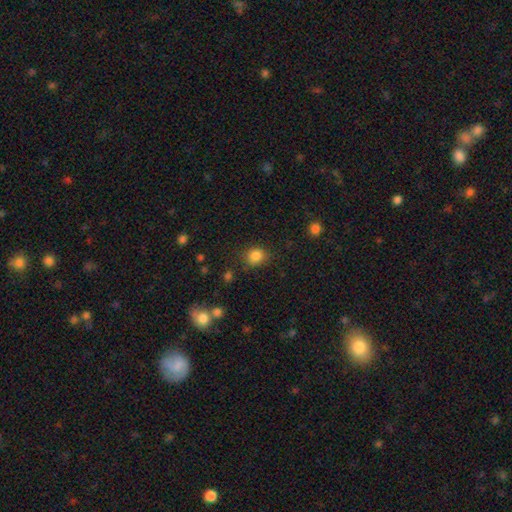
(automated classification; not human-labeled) smooth-or-featured: smooth: 84% | star or artifact: 11% | featured or disk: 5%
  how-rounded: round: 76% | in between: 23% | cigar-shaped: 1%
  merging: none: 82% | minor disturbance: 12% | major disturbance: 4% | merger: 2%